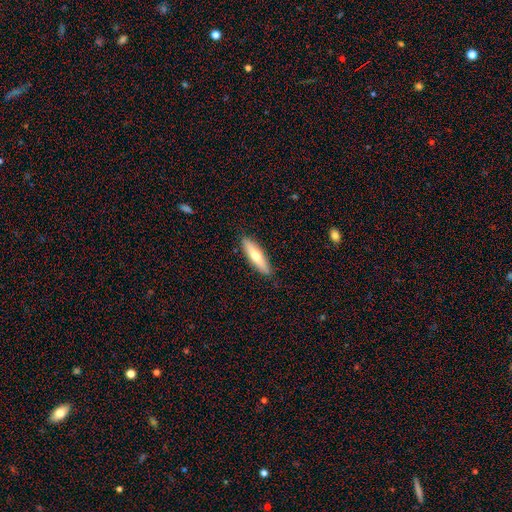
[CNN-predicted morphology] Smooth or featured?
  - smooth: 60% *
  - featured or disk: 34%
  - star or artifact: 6%
How rounded?
  - cigar-shaped: 68% *
  - in between: 30%
  - round: 2%
Merging?
  - none: 88% *
  - minor disturbance: 9%
  - major disturbance: 2%
  - merger: 1%